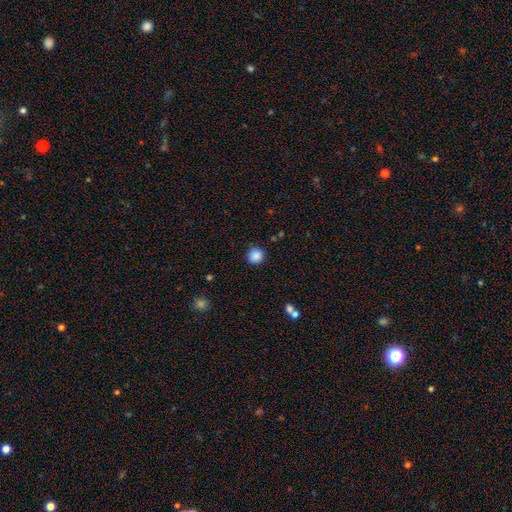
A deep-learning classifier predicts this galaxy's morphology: smooth 87%, star or artifact 10%, featured or disk 3%. Down the decision tree: how rounded — round (90%); merging — none (88%).